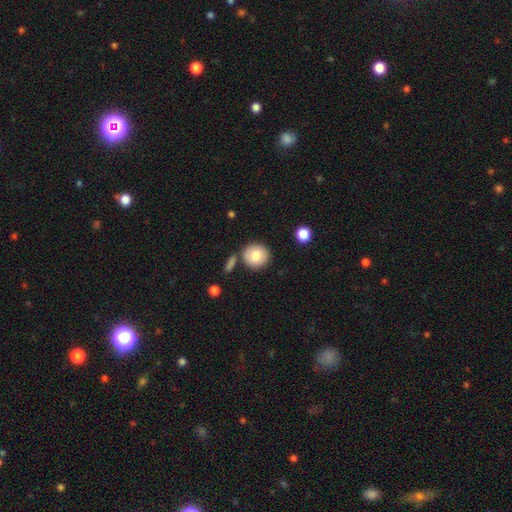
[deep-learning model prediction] Smooth or featured? smooth (79%)
How rounded? round (90%)
Merging? none (78%)